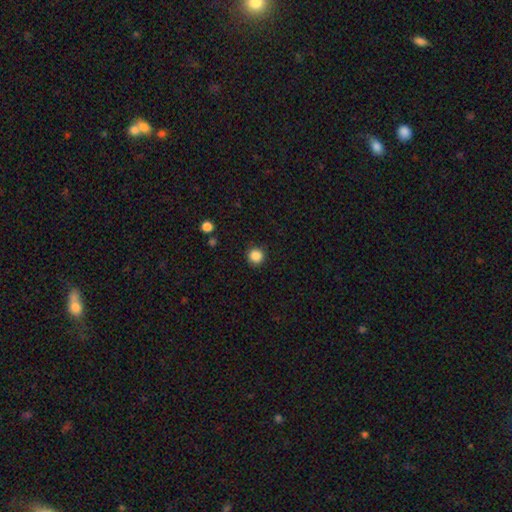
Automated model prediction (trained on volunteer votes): Smooth or featured? Predicted: smooth (p=0.86). How rounded? Predicted: round (p=0.95). Merging? Predicted: none (p=0.92).